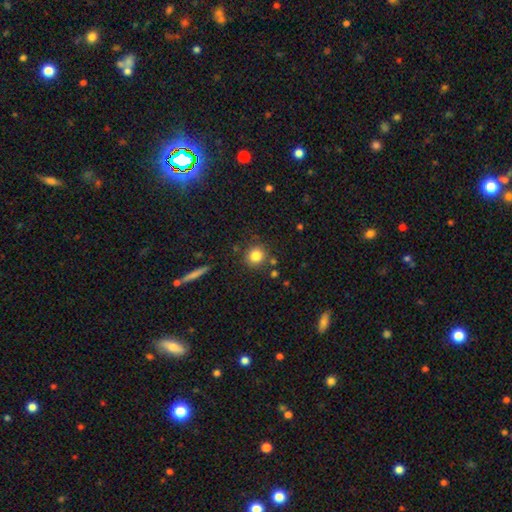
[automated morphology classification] Smooth or featured?
  - smooth: 82% *
  - star or artifact: 11%
  - featured or disk: 7%
How rounded?
  - round: 90% *
  - in between: 9%
  - cigar-shaped: 1%
Merging?
  - none: 83% *
  - minor disturbance: 9%
  - merger: 5%
  - major disturbance: 3%